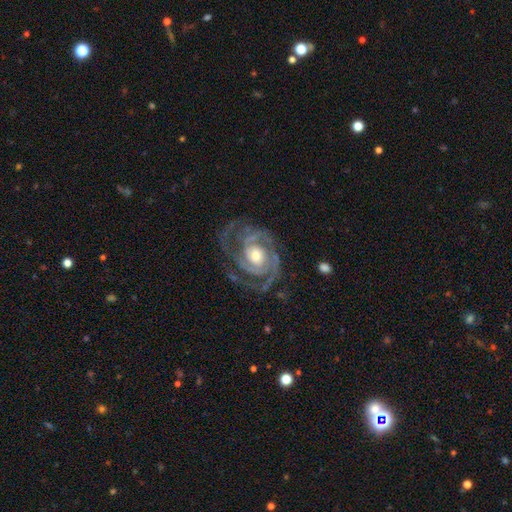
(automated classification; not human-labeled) Smooth or featured? featured or disk (93%)
Edge-on disk? no (98%)
Bar? no (69%)
Spiral arms? yes (98%)
Spiral winding? tight (62%)
Spiral arm count? 2 (40%)
Bulge size? moderate (64%)
Merging? none (70%)